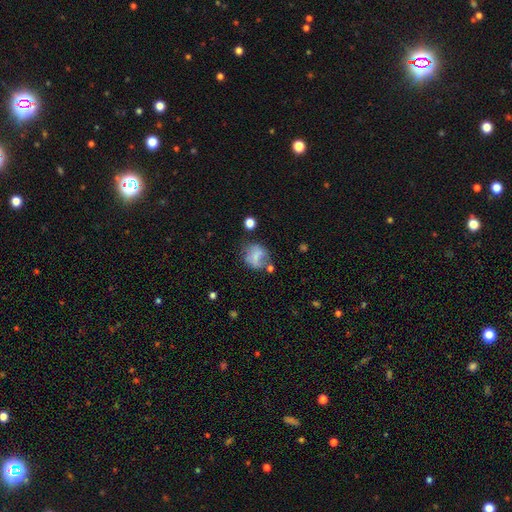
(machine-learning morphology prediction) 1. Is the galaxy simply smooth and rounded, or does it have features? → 58% smooth, 31% featured or disk, 11% star or artifact.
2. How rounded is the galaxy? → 56% round, 42% in between, 2% cigar-shaped.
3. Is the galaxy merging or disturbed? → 46% none, 26% minor disturbance, 18% major disturbance, 10% merger.